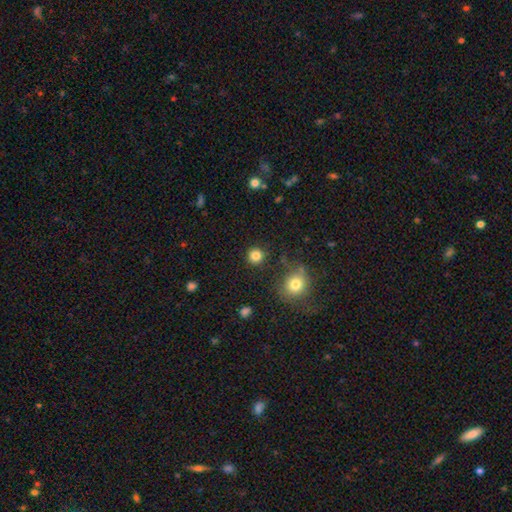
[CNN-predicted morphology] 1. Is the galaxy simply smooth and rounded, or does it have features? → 84% smooth, 12% star or artifact, 4% featured or disk.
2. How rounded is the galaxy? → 94% round, 5% in between, 1% cigar-shaped.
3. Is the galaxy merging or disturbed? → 90% none, 6% minor disturbance, 2% major disturbance, 2% merger.